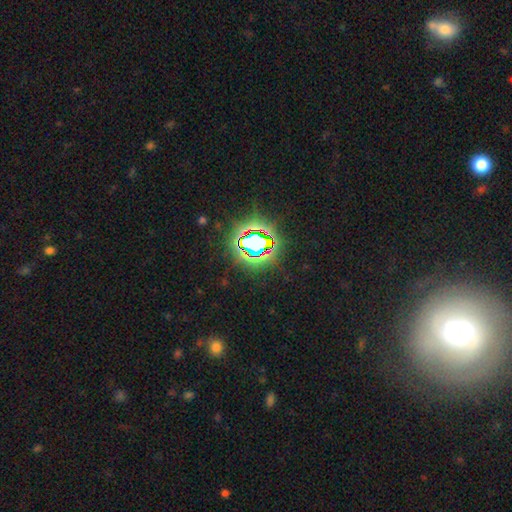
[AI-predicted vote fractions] This appears to be a star or artifact, not a galaxy (76%).